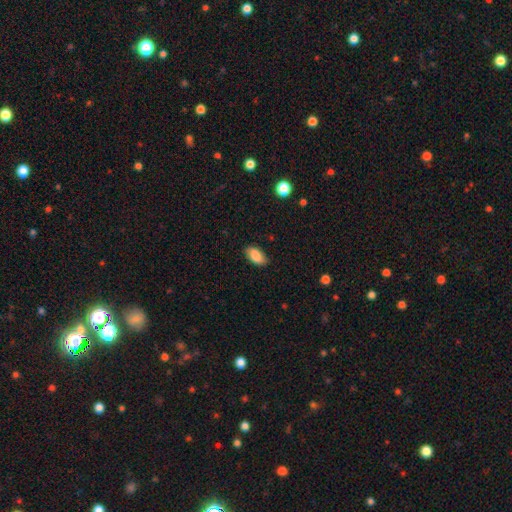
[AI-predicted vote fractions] A smooth galaxy with no disk features (85%) that is in between round and cigar-shaped (92%). Merging: none (82%).